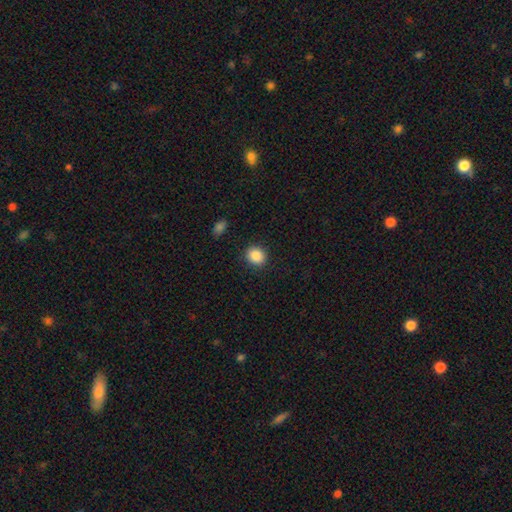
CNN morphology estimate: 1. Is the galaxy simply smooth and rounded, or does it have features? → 88% smooth, 9% star or artifact, 3% featured or disk.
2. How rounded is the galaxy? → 78% round, 22% in between, 1% cigar-shaped.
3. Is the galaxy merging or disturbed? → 90% none, 7% minor disturbance, 2% major disturbance, 1% merger.